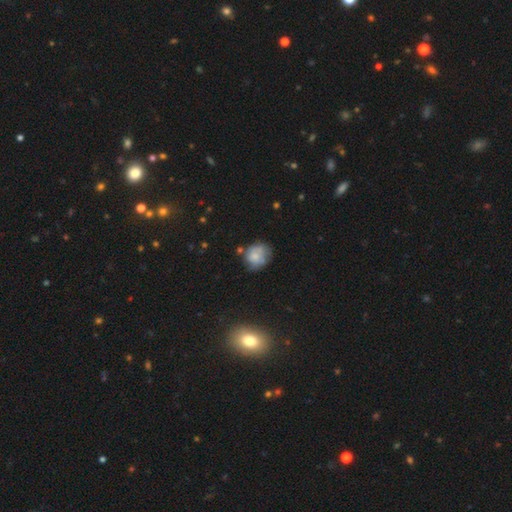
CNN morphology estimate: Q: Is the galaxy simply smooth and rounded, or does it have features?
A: smooth — 64%.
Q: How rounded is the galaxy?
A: round — 71%.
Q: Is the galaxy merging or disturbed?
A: none — 51%.